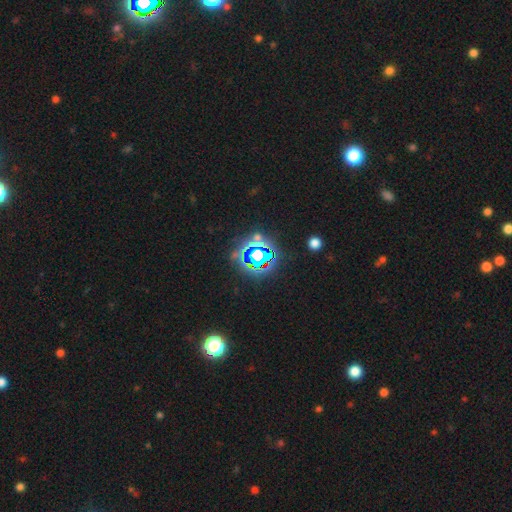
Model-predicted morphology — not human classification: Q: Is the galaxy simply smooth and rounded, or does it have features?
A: star or artifact — 78%.